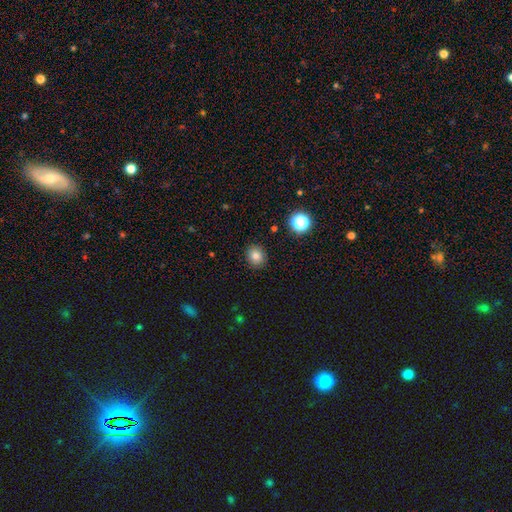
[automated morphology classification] Smooth or featured: smooth — 81% (star or artifact — 13%)
How rounded: round — 74% (in between — 25%)
Merging: none — 89% (minor disturbance — 7%)